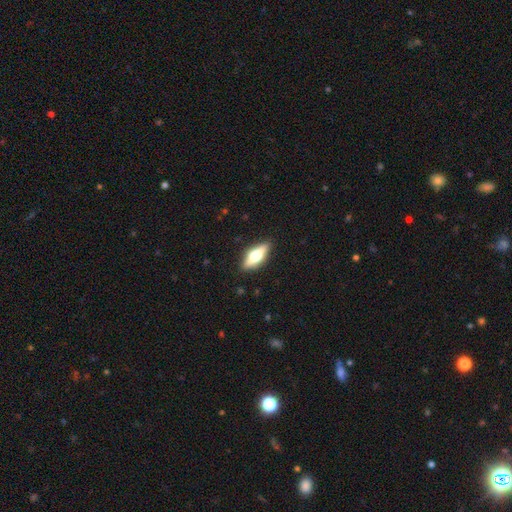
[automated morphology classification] A featured or disk galaxy (53%) viewed edge-on (91%).

Vote fractions:
- Smooth or featured? featured or disk: 53% / smooth: 40% / star or artifact: 7%
- Edge-on disk? yes: 91% / no: 9%
- Merging? none: 88% / minor disturbance: 8% / major disturbance: 2% / merger: 1%